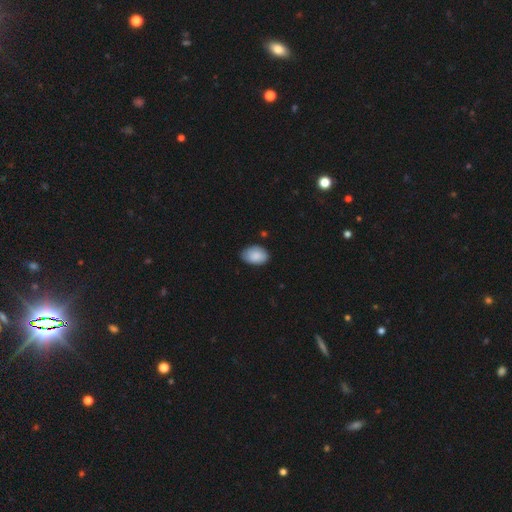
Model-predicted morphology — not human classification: smooth-or-featured: smooth: 88% | star or artifact: 6% | featured or disk: 6%
  how-rounded: in between: 87% | round: 11% | cigar-shaped: 1%
  merging: none: 76% | minor disturbance: 20% | major disturbance: 3% | merger: 1%